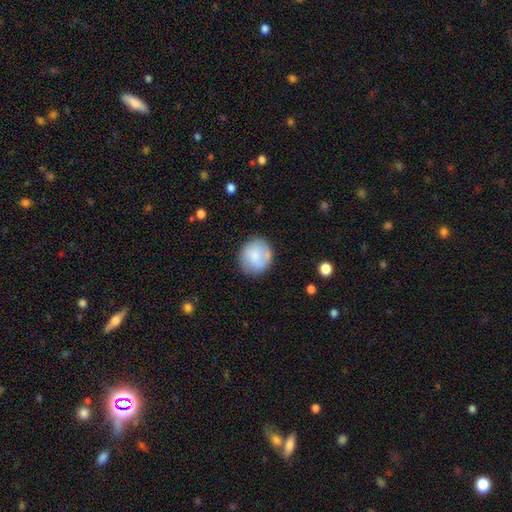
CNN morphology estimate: Smooth or featured? Predicted: smooth (p=0.78). How rounded? Predicted: round (p=0.86). Merging? Predicted: none (p=0.78).